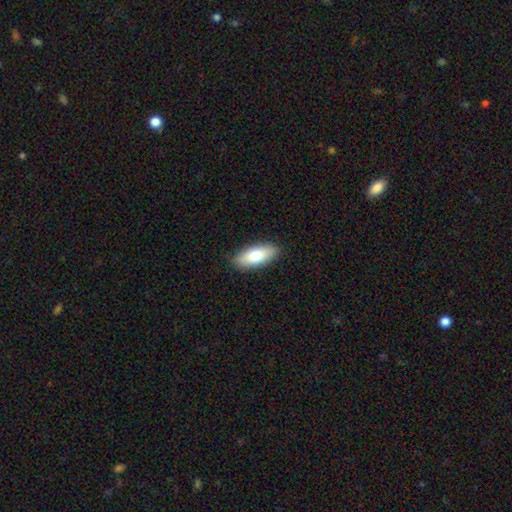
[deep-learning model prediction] smooth_or_featured: smooth (p=0.77) [alt: featured or disk p=0.17]
how_rounded: in between (p=0.83) [alt: cigar-shaped p=0.15]
merging: none (p=0.89) [alt: minor disturbance p=0.08]